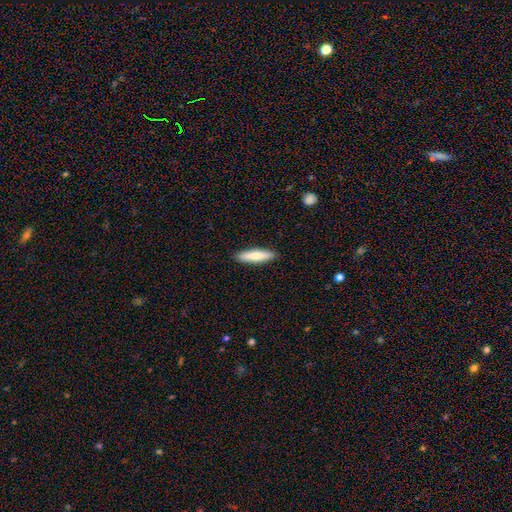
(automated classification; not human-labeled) smooth-or-featured: smooth: 71% | featured or disk: 23% | star or artifact: 5%
  how-rounded: cigar-shaped: 79% | in between: 20% | round: 1%
  merging: none: 91% | minor disturbance: 7% | major disturbance: 1% | merger: 1%